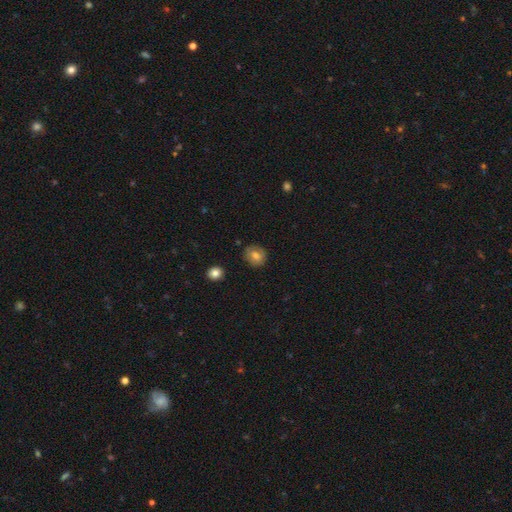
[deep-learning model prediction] Morphology: type=smooth (77%); roundness=round (79%); merging=none (83%).